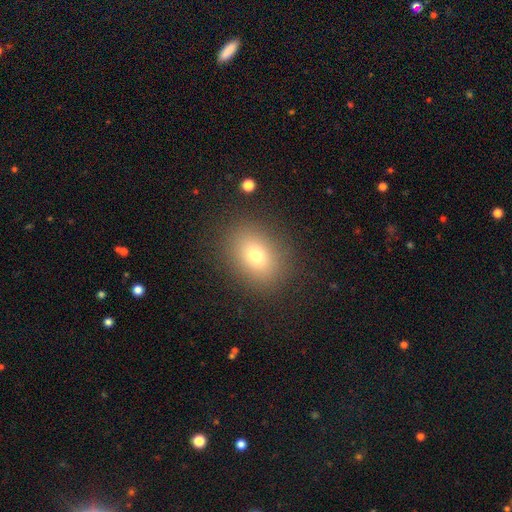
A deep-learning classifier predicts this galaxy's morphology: type=smooth (74%); roundness=in between (65%); merging=none (86%).